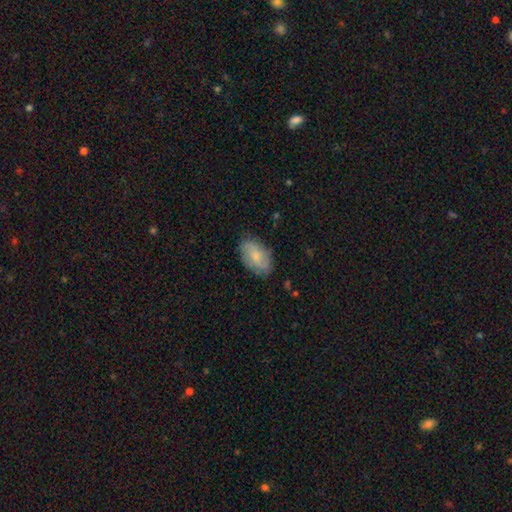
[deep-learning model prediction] Overall: smooth (62%; featured or disk 32%). How rounded: in between (92%). Merging: none (77%).